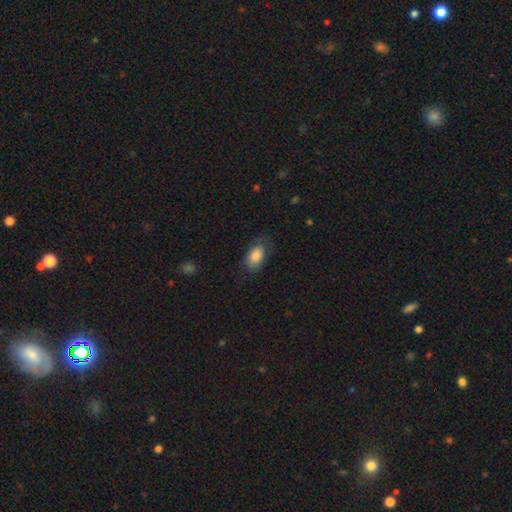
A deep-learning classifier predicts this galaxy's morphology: A smooth galaxy with no disk features (83%) that is in between round and cigar-shaped (91%).

Vote fractions:
- Smooth or featured? smooth: 83% / featured or disk: 11% / star or artifact: 7%
- How rounded? in between: 91% / round: 7% / cigar-shaped: 2%
- Merging? none: 66% / minor disturbance: 24% / major disturbance: 9% / merger: 1%